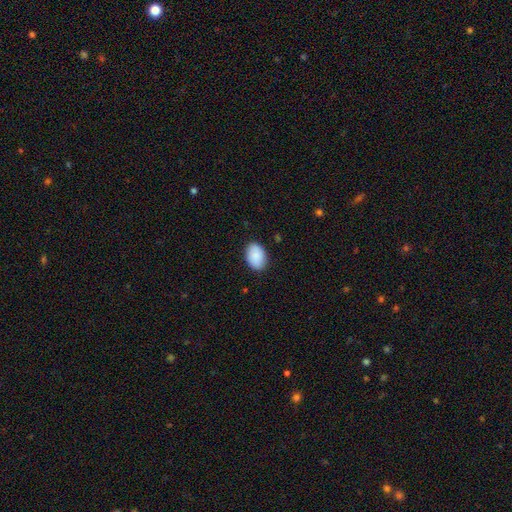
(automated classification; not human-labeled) Morphology: type=smooth (89%); roundness=in between (84%); merging=none (85%).